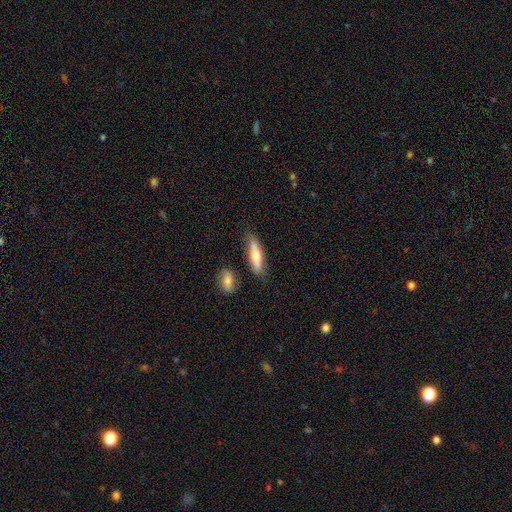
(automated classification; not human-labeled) smooth 57%, featured or disk 37%, star or artifact 6%. Down the decision tree: how rounded — cigar-shaped (67%); merging — none (78%).